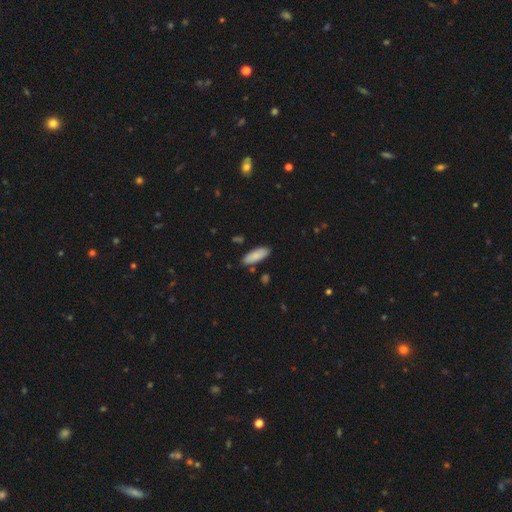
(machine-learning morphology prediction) A smooth galaxy with no disk features (85%) that is in between round and cigar-shaped (70%).

Vote fractions:
- Smooth or featured? smooth: 85% / featured or disk: 9% / star or artifact: 6%
- How rounded? in between: 70% / cigar-shaped: 28% / round: 2%
- Merging? none: 85% / minor disturbance: 10% / merger: 3% / major disturbance: 2%